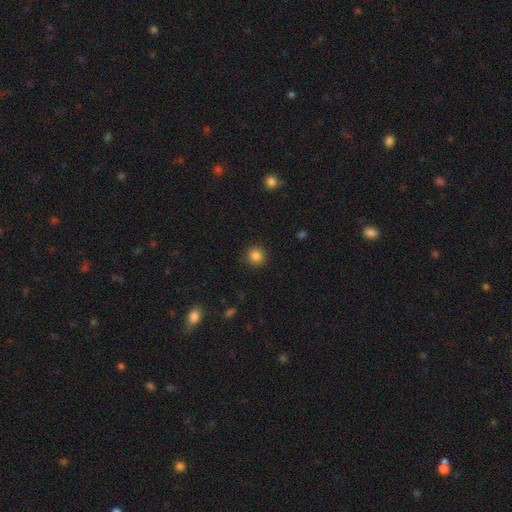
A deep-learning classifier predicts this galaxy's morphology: Smooth or featured? Predicted: smooth (p=0.84). How rounded? Predicted: round (p=0.92). Merging? Predicted: none (p=0.89).